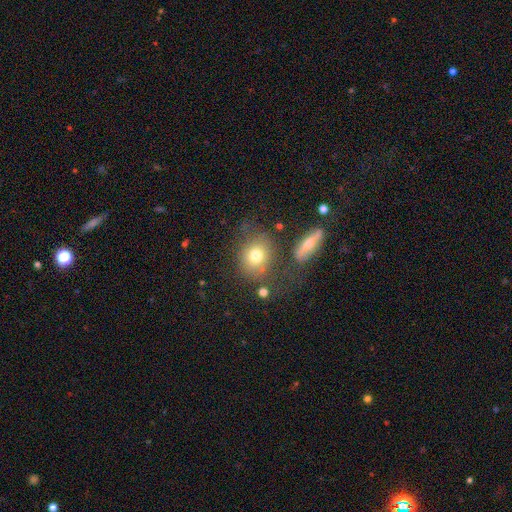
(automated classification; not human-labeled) smooth 73%, featured or disk 15%, star or artifact 11%. Down the decision tree: how rounded — round (60%); merging — none (66%).